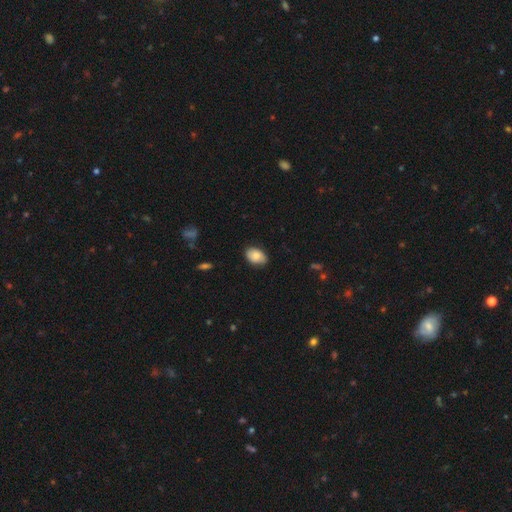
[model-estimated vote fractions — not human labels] Smooth or featured? smooth (81%)
How rounded? in between (88%)
Merging? none (81%)